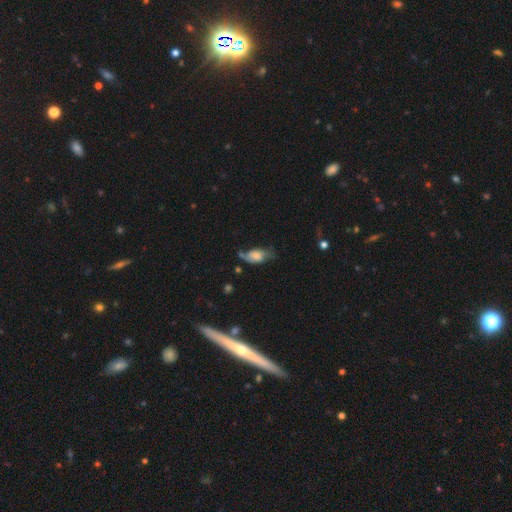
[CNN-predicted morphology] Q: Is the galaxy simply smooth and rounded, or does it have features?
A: featured or disk — 46%.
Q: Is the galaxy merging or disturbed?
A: none — 44%.